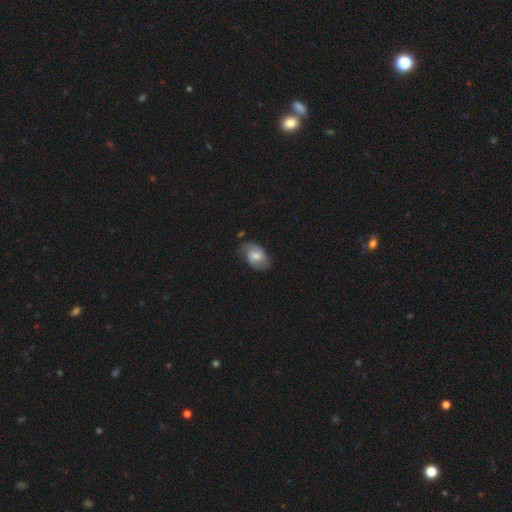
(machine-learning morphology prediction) Q: Smooth or featured?
A: featured or disk (57%); runner-up: smooth (36%)
Q: Edge-on disk?
A: no (96%); runner-up: yes (4%)
Q: Bar?
A: weak (54%); runner-up: no (33%)
Q: Spiral arms?
A: yes (88%); runner-up: no (12%)
Q: Bulge size?
A: moderate (51%); runner-up: small (32%)
Q: Merging?
A: none (68%); runner-up: minor disturbance (23%)